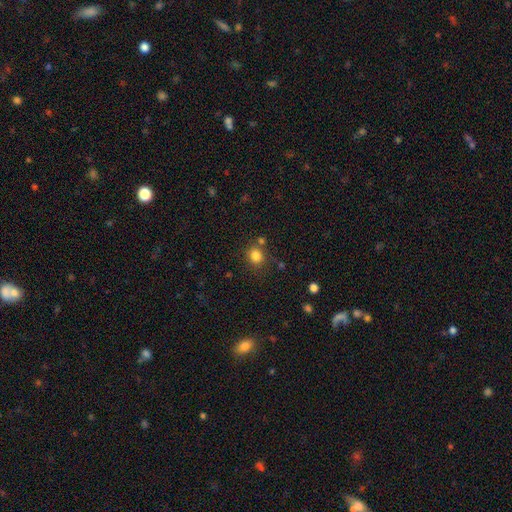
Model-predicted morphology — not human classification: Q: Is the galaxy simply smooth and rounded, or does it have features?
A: smooth — 83%.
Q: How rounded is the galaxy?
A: round — 69%.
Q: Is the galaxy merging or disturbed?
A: none — 74%.